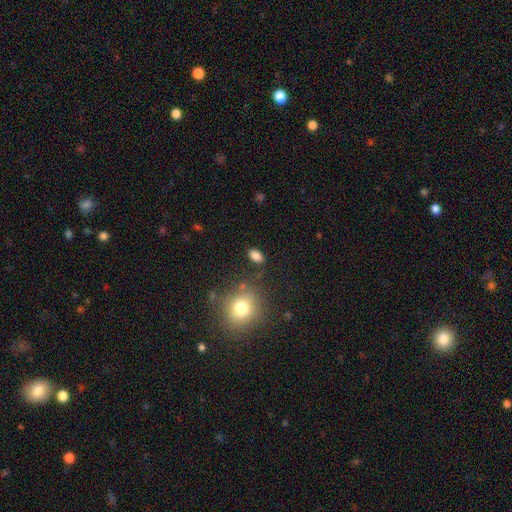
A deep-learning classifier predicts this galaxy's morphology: The model was most divided on "merging": none: 83%, minor disturbance: 11%, major disturbance: 3%, merger: 3%. More confident: how rounded — in between (88%); smooth or featured — smooth (84%).